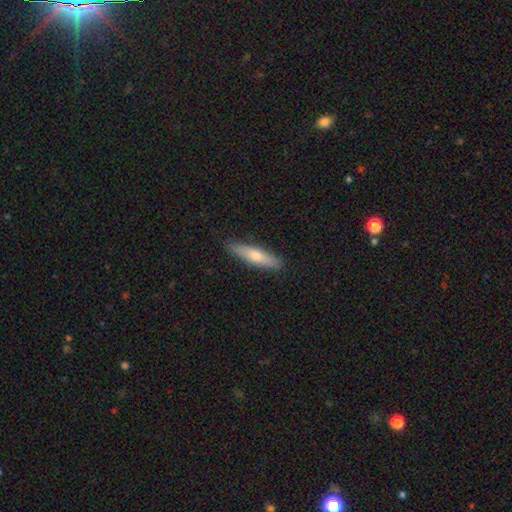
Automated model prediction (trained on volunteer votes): smooth_or_featured: smooth (p=0.60) [alt: featured or disk p=0.34]
how_rounded: cigar-shaped (p=0.78) [alt: in between p=0.20]
merging: none (p=0.88) [alt: minor disturbance p=0.09]